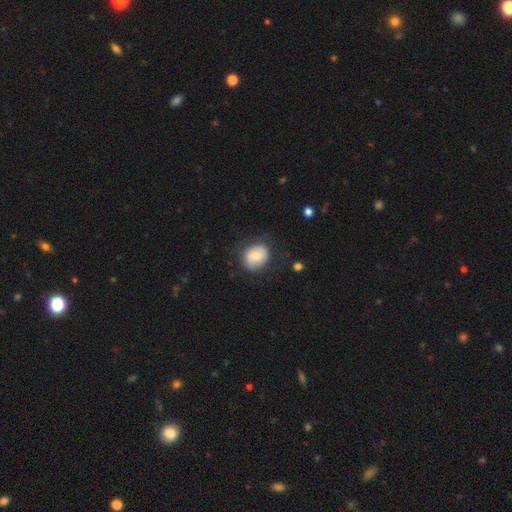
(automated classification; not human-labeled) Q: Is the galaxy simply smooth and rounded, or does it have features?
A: smooth — 77%.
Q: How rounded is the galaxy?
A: round — 52%.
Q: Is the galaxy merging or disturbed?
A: none — 69%.